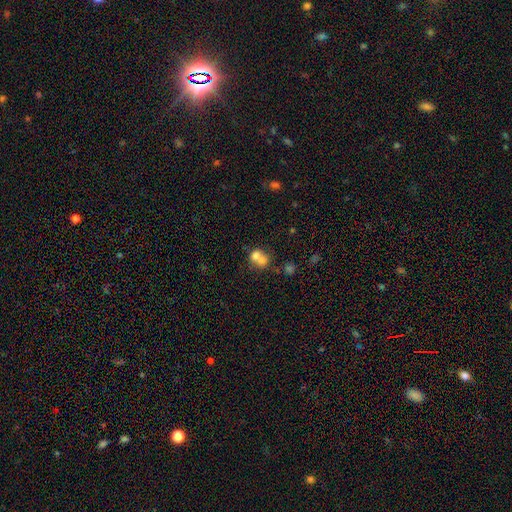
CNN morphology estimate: This is likely a smooth galaxy (67%). How rounded: likely round (69%). Merging: likely merger (66%).